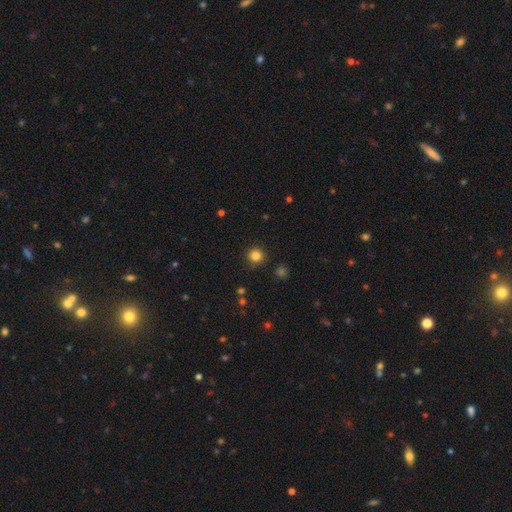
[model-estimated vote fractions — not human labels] Q: Smooth or featured?
A: smooth (83%); runner-up: star or artifact (13%)
Q: How rounded?
A: round (95%); runner-up: in between (4%)
Q: Merging?
A: none (91%); runner-up: minor disturbance (5%)